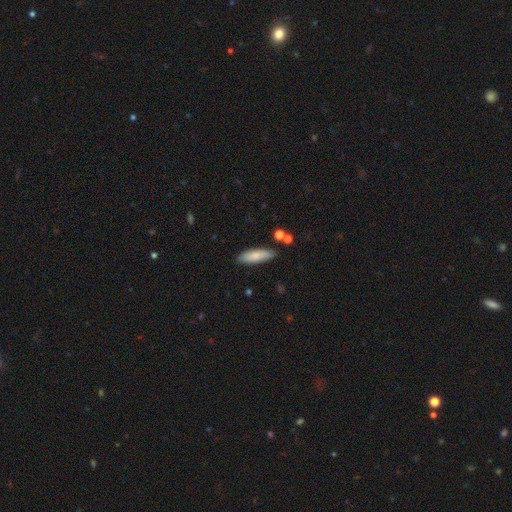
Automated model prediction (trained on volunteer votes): This appears to be a smooth galaxy with no disk features (81%) that is cigar-shaped (54%). Merging: none (82%).